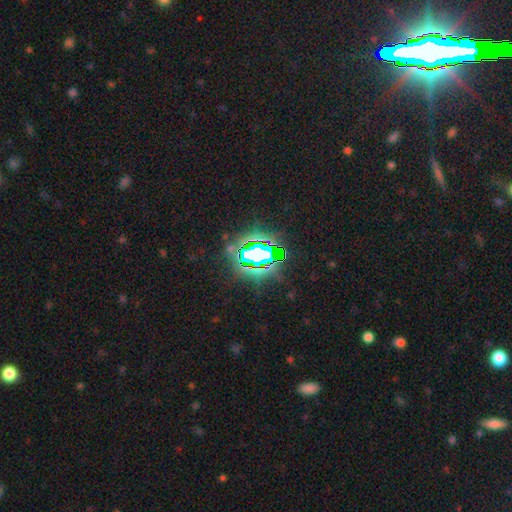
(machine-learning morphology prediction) The model was most divided on "smooth or featured": star or artifact: 74%, smooth: 14%, featured or disk: 12%.